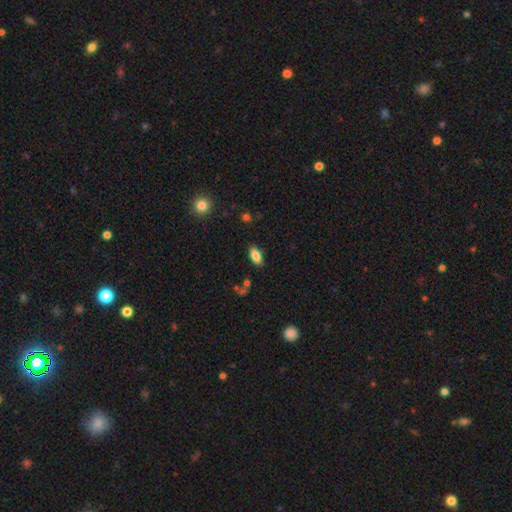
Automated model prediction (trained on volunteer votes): A smooth galaxy with no disk features (84%) that is in between round and cigar-shaped (87%).

Vote fractions:
- Smooth or featured? smooth: 84% / featured or disk: 8% / star or artifact: 8%
- How rounded? in between: 87% / cigar-shaped: 10% / round: 3%
- Merging? none: 86% / minor disturbance: 10% / major disturbance: 2% / merger: 2%